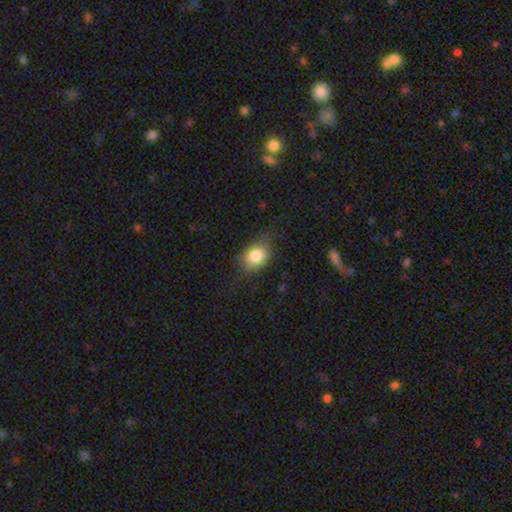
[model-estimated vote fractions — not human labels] Smooth or featured? Predicted: smooth (p=0.81). How rounded? Predicted: in between (p=0.55). Merging? Predicted: none (p=0.71).